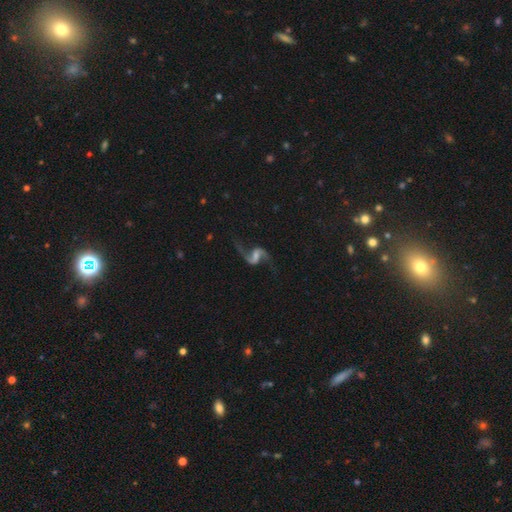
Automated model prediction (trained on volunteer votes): smooth_or_featured: featured or disk (p=0.90) [alt: star or artifact p=0.05]
disk_edge_on: no (p=0.98) [alt: yes p=0.02]
bar: weak (p=0.49) [alt: strong p=0.27]
has_spiral_arms: yes (p=0.97) [alt: no p=0.03]
spiral_winding: loose (p=0.82) [alt: medium p=0.15]
spiral_arm_count: 2 (p=0.94) [alt: 1 p=0.02]
bulge_size: small (p=0.38) [alt: moderate p=0.28]
merging: none (p=0.77) [alt: minor disturbance p=0.12]